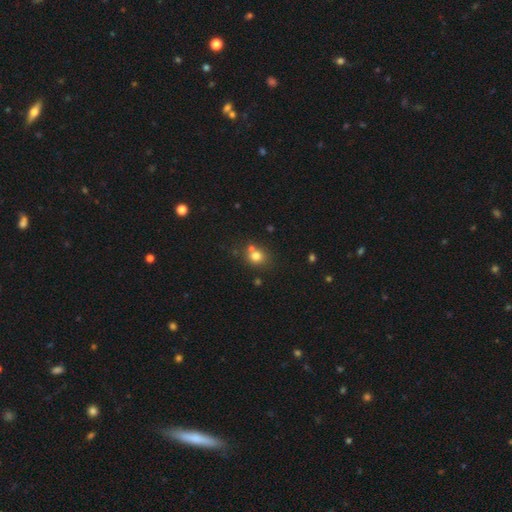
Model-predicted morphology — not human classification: This is likely a smooth galaxy (76%). How rounded: likely round (77%). Merging: likely none (61%).